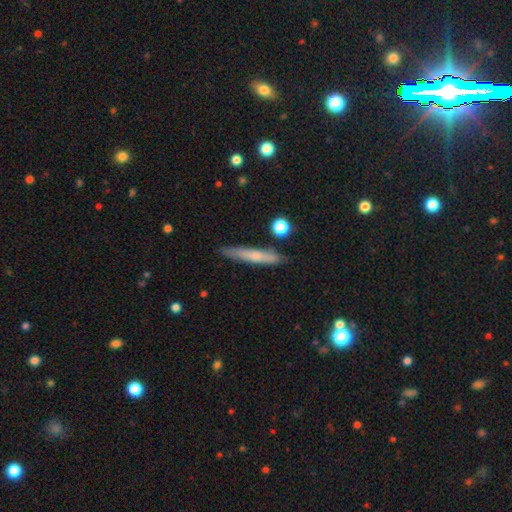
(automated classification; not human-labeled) Smooth or featured?
  - smooth: 60% *
  - featured or disk: 33%
  - star or artifact: 7%
How rounded?
  - cigar-shaped: 93% *
  - in between: 5%
  - round: 2%
Merging?
  - none: 84% *
  - minor disturbance: 11%
  - merger: 2%
  - major disturbance: 2%